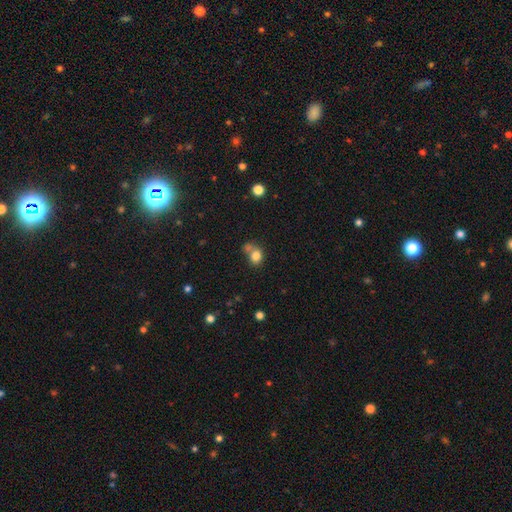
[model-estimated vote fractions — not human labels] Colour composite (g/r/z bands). It shows a smooth galaxy with no disk features (80%) that is round (62%). Merging: none (44%).